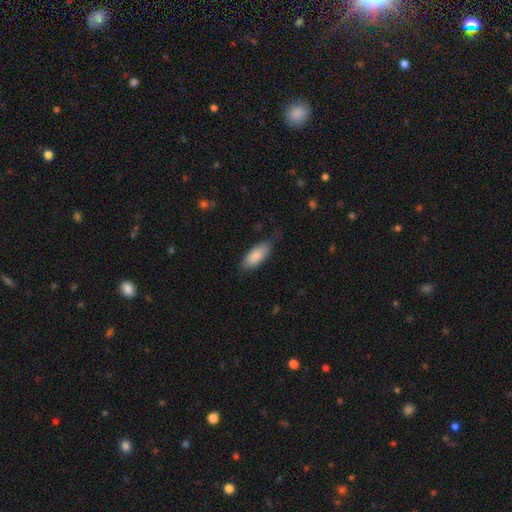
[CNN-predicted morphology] smooth 86%, featured or disk 8%, star or artifact 6%. Down the decision tree: how rounded — in between (81%); merging — none (70%).